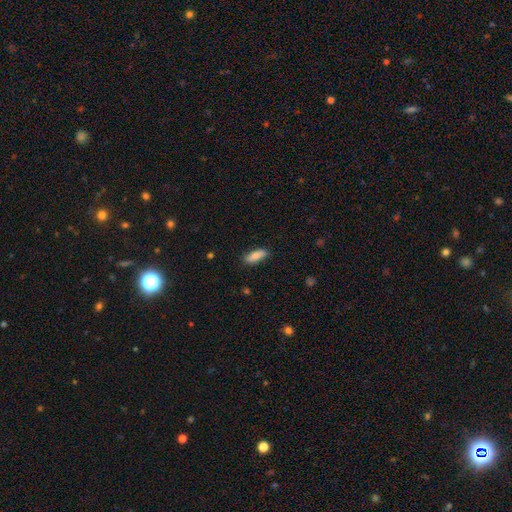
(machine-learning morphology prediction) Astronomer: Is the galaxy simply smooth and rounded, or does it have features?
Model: smooth — 83%.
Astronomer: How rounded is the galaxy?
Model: in between — 67%.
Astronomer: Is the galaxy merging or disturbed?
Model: none — 85%.